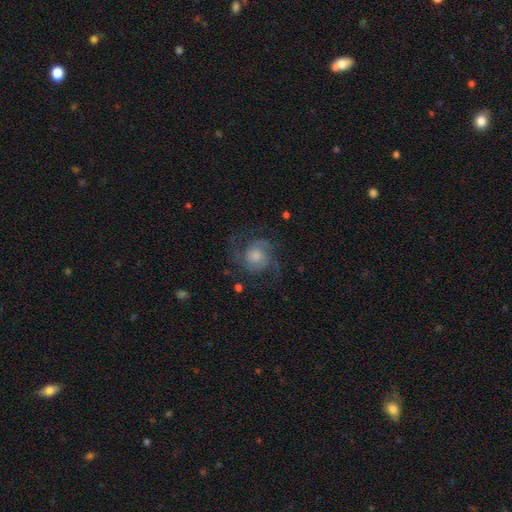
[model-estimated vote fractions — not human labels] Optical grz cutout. It shows a featured or disk galaxy (81%) with no bar (72%), 2 (73%) medium (51%) spiral arms (96%) and a moderate central bulge (44%). Merging: none (73%).